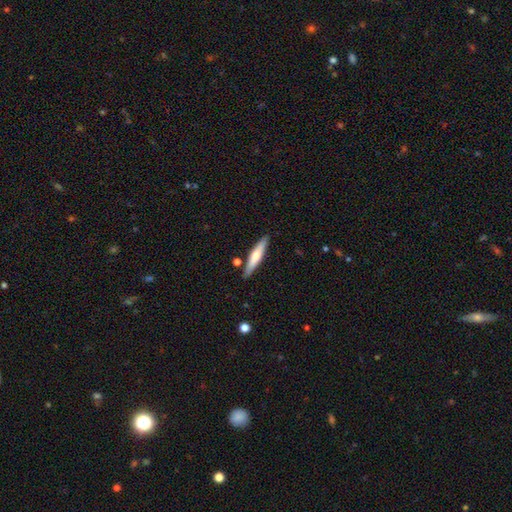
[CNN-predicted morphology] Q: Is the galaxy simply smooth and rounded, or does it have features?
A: smooth — 55%.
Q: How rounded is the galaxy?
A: cigar-shaped — 87%.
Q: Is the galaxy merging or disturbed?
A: none — 86%.